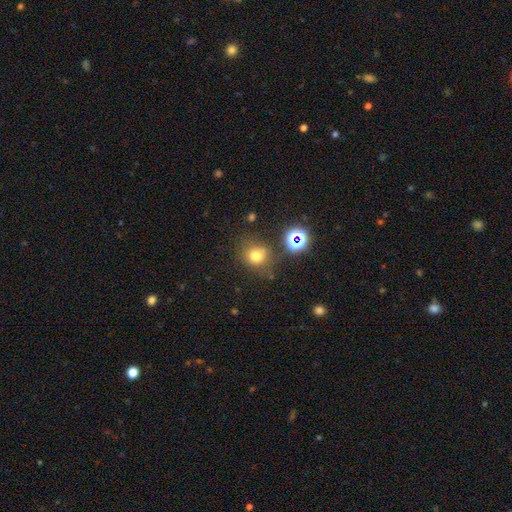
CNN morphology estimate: Q: Smooth or featured?
A: smooth (70%); runner-up: star or artifact (20%)
Q: How rounded?
A: round (81%); runner-up: in between (18%)
Q: Merging?
A: none (70%); runner-up: minor disturbance (16%)